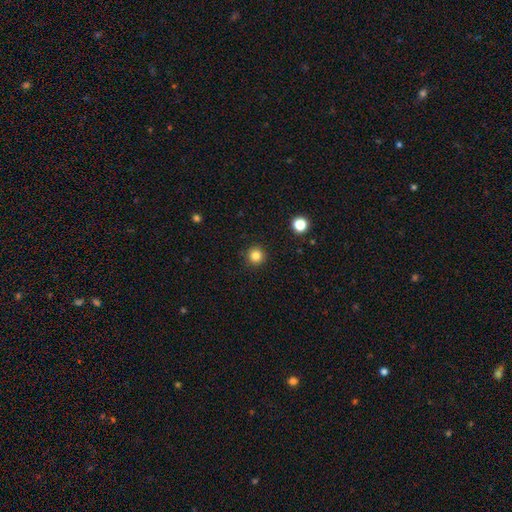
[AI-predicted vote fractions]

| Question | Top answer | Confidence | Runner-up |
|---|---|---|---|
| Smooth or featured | smooth | 83% | star or artifact (12%) |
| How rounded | round | 95% | in between (4%) |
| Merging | none | 91% | minor disturbance (6%) |